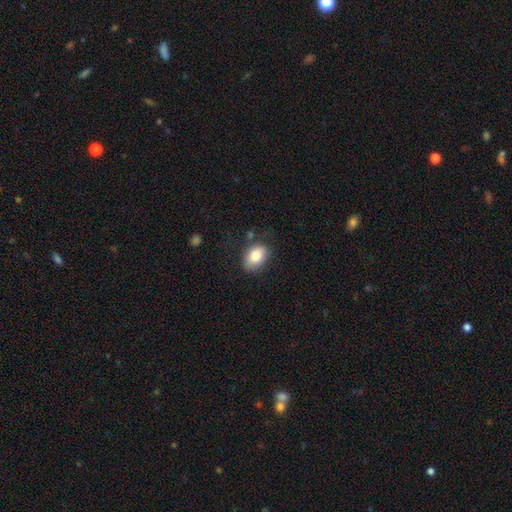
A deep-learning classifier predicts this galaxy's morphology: Smooth or featured? smooth (81%)
How rounded? in between (78%)
Merging? none (76%)